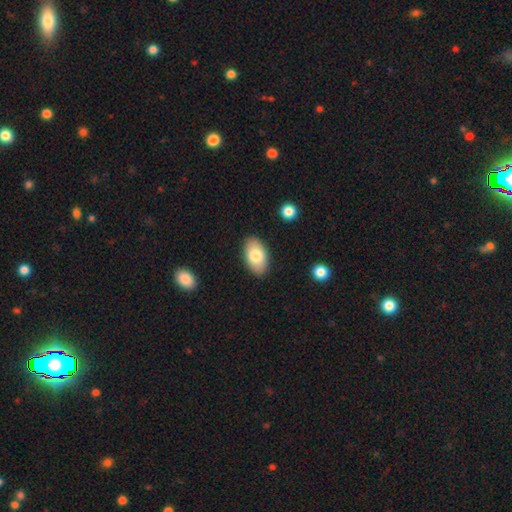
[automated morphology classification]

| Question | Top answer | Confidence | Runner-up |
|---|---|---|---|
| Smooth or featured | smooth | 78% | featured or disk (15%) |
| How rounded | in between | 94% | round (4%) |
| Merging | none | 88% | minor disturbance (9%) |